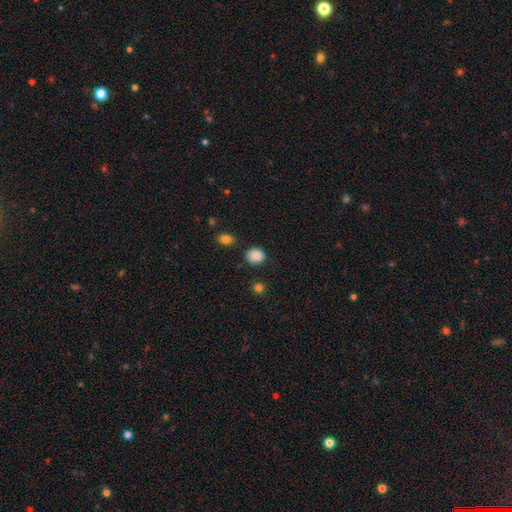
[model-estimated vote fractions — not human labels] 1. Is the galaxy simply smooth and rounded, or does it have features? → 87% smooth, 9% star or artifact, 3% featured or disk.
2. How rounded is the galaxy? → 68% round, 31% in between, 1% cigar-shaped.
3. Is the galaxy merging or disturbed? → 76% none, 17% minor disturbance, 4% major disturbance, 3% merger.